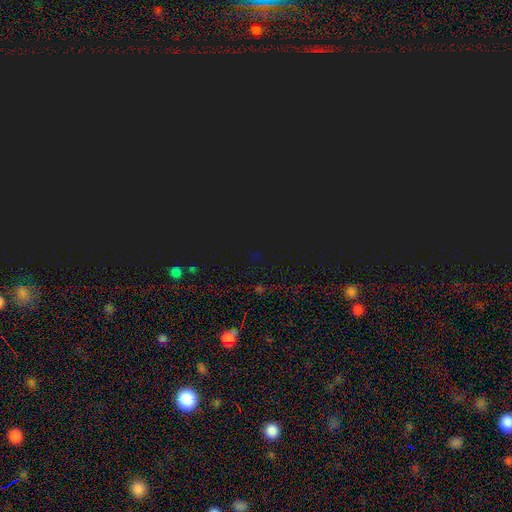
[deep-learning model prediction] A star or artifact, not a galaxy (81%).

Vote fractions:
- Smooth or featured? star or artifact: 81% / smooth: 13% / featured or disk: 6%